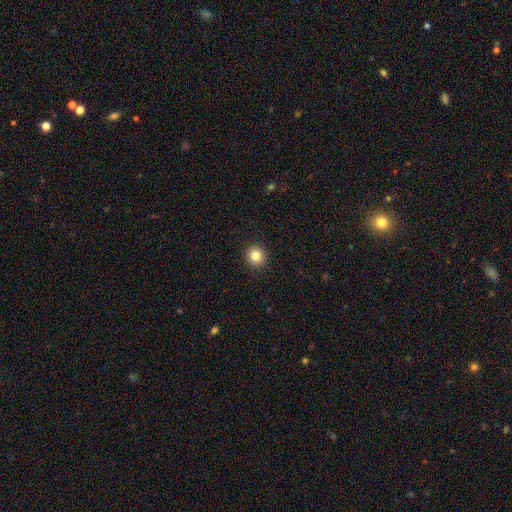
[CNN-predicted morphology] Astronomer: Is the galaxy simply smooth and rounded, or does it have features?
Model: smooth — 83%.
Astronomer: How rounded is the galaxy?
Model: round — 92%.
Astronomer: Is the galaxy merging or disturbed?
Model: none — 93%.